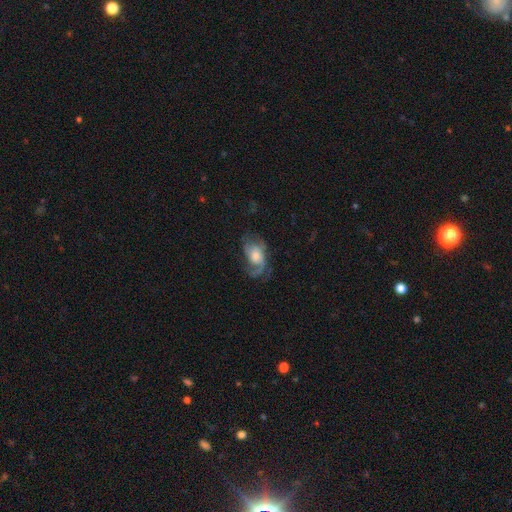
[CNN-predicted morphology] Q: Smooth or featured?
A: featured or disk (69%); runner-up: smooth (23%)
Q: Edge-on disk?
A: no (96%); runner-up: yes (4%)
Q: Bar?
A: no (73%); runner-up: weak (23%)
Q: Spiral arms?
A: yes (87%); runner-up: no (13%)
Q: Spiral winding?
A: medium (43%); runner-up: loose (33%)
Q: Spiral arm count?
A: 2 (39%); runner-up: 1 (21%)
Q: Bulge size?
A: moderate (48%); runner-up: large (26%)
Q: Merging?
A: none (50%); runner-up: major disturbance (26%)